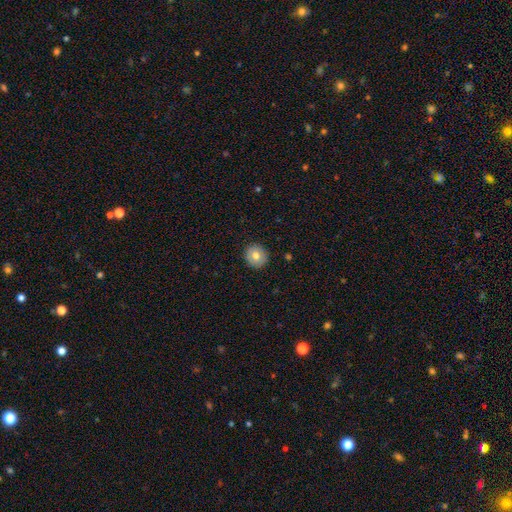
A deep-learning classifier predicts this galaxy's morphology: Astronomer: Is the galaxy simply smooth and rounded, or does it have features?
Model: smooth — 74%.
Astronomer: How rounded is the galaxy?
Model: round — 91%.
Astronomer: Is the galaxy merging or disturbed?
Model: none — 91%.